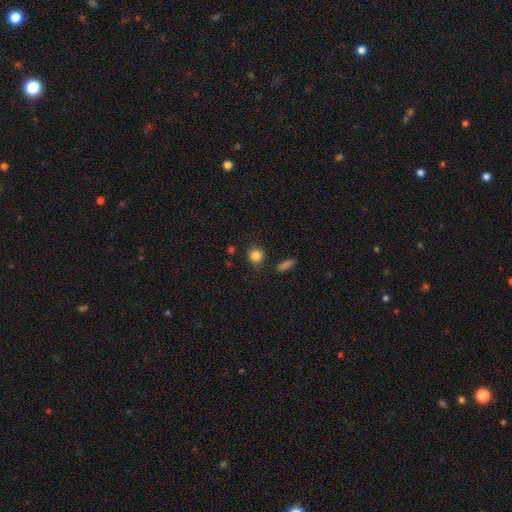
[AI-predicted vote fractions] smooth_or_featured: smooth (p=0.85) [alt: star or artifact p=0.11]
how_rounded: round (p=0.90) [alt: in between p=0.09]
merging: none (p=0.83) [alt: minor disturbance p=0.10]